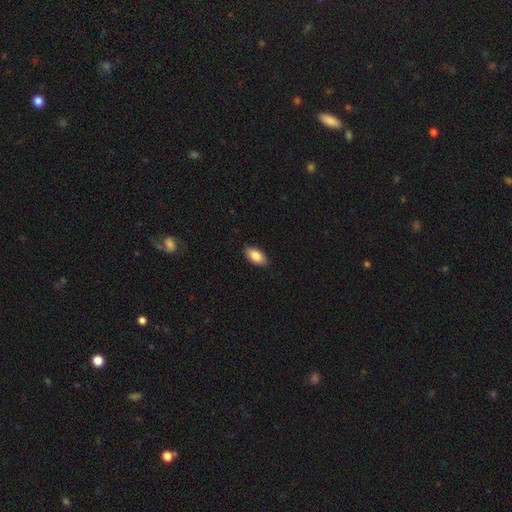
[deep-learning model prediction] smooth-or-featured: smooth: 88% | star or artifact: 6% | featured or disk: 6%
  how-rounded: in between: 94% | cigar-shaped: 3% | round: 3%
  merging: none: 89% | minor disturbance: 9% | major disturbance: 2% | merger: 1%